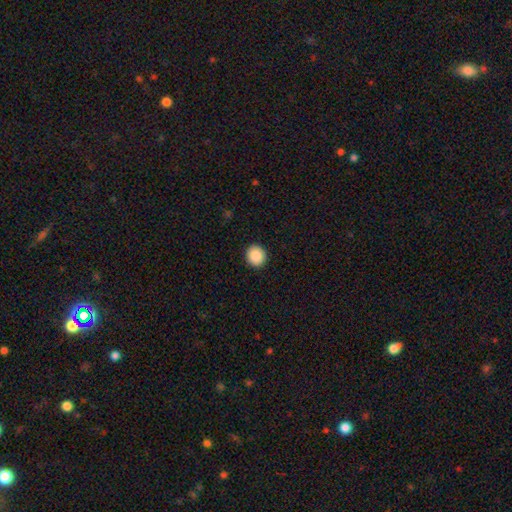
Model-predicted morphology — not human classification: Smooth or featured? smooth (89%)
How rounded? round (91%)
Merging? none (93%)